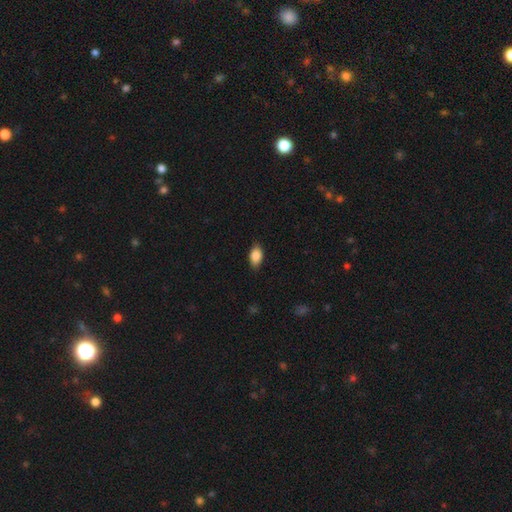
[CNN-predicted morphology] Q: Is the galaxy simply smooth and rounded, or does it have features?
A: smooth — 88%.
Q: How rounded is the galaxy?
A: in between — 91%.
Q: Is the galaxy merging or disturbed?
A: none — 84%.